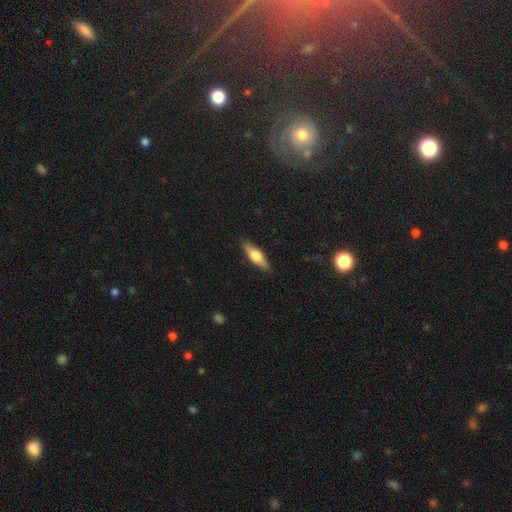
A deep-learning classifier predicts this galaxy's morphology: The model was most divided on "how rounded": cigar-shaped: 54%, in between: 43%, round: 2%. More confident: merging — none (88%); smooth or featured — smooth (58%).